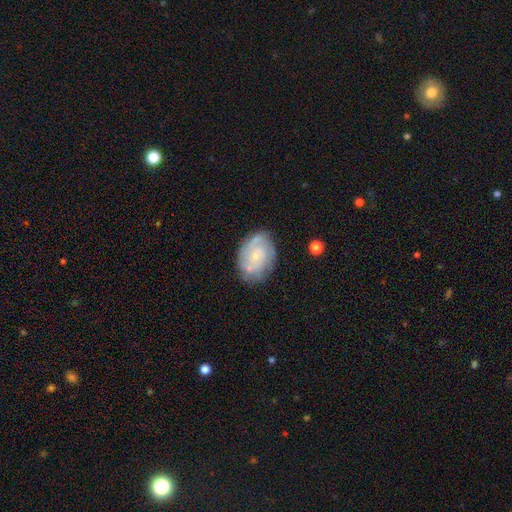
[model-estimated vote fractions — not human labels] Overall: featured or disk (65%; smooth 28%). Edge-on disk: no (97%). Bar: no (74%). Spiral arms: yes (79%). Bulge size: small (71%). Merging: none (67%).